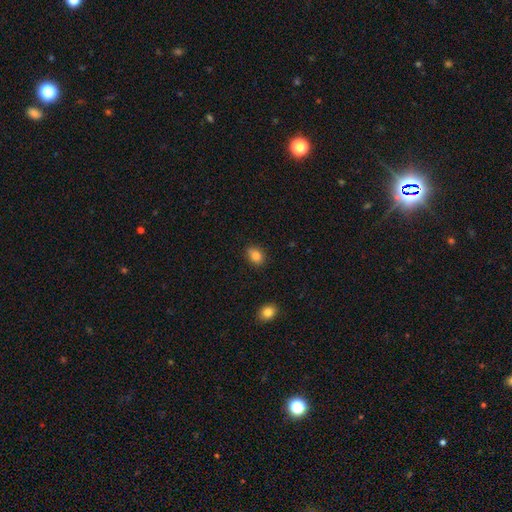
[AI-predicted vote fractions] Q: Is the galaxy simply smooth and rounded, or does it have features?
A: smooth — 84%.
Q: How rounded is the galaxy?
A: in between — 66%.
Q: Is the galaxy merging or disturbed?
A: none — 79%.